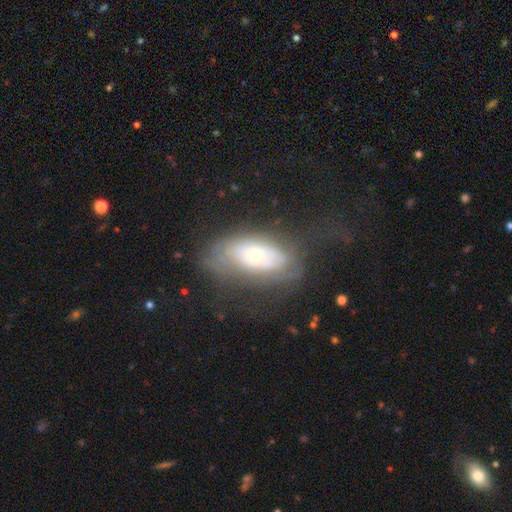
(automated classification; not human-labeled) Q: Smooth or featured?
A: featured or disk (55%); runner-up: smooth (36%)
Q: Edge-on disk?
A: no (87%); runner-up: yes (13%)
Q: Merging?
A: none (47%); runner-up: major disturbance (26%)